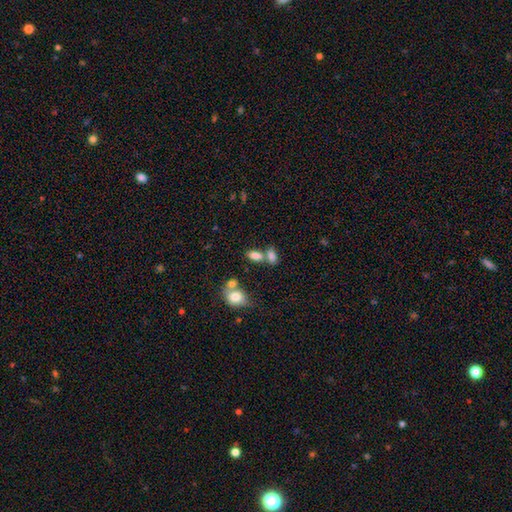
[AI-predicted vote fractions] smooth_or_featured: smooth (p=0.80) [alt: star or artifact p=0.10]
how_rounded: in between (p=0.86) [alt: round p=0.08]
merging: none (p=0.44) [alt: merger p=0.40]